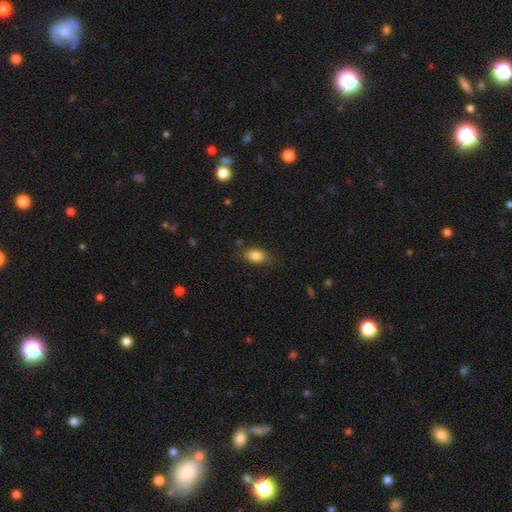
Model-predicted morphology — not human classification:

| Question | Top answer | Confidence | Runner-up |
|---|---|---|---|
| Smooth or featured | smooth | 85% | star or artifact (8%) |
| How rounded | in between | 84% | round (14%) |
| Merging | none | 79% | minor disturbance (15%) |